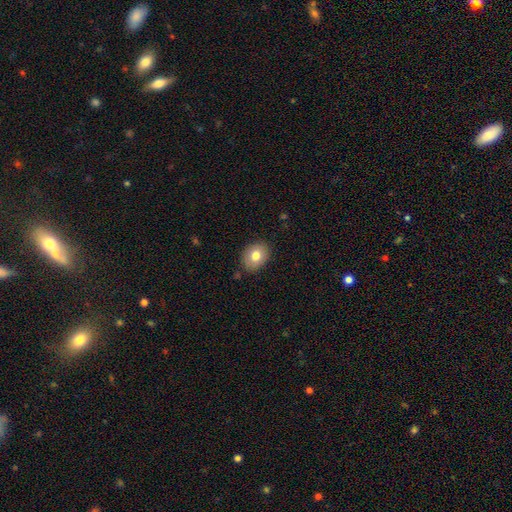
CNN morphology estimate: This is likely a smooth galaxy (79%). How rounded: possibly in between (58%). Merging: clearly none (86%).